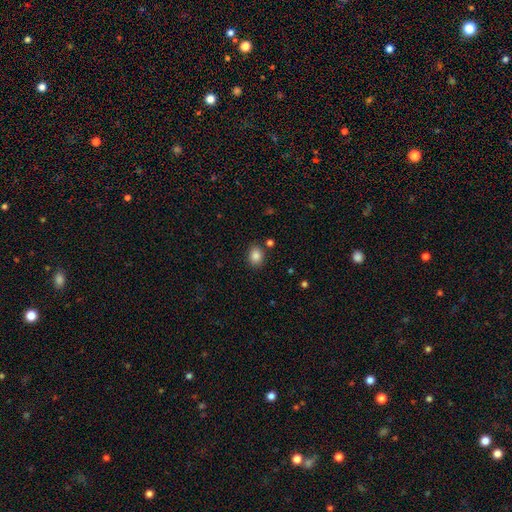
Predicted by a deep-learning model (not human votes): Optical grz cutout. It shows a smooth galaxy with no disk features (86%) that is in between round and cigar-shaped (59%). Merging: none (83%).